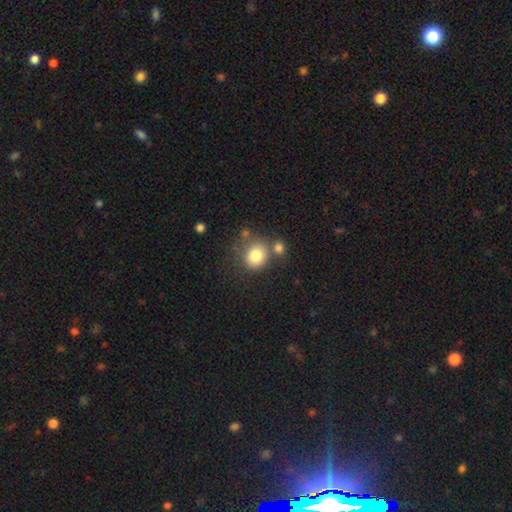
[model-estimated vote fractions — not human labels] This appears to be a smooth galaxy with no disk features (81%) that is round (78%). Merging: none (58%).